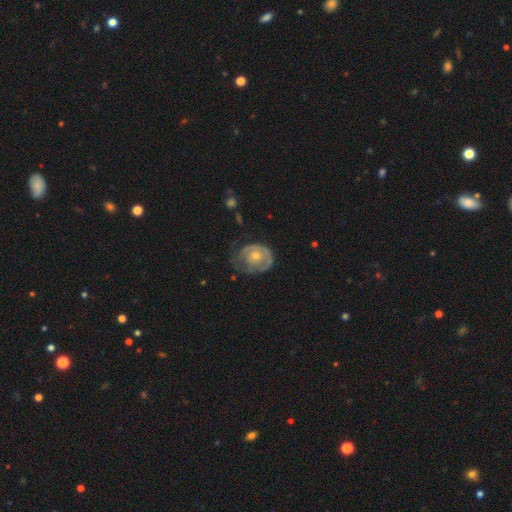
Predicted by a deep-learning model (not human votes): Smooth or featured: featured or disk — 67% (smooth — 27%)
Edge-on disk: no — 97% (yes — 3%)
Bar: no — 83% (weak — 14%)
Spiral arms: yes — 64% (no — 36%)
Bulge size: moderate — 55% (small — 40%)
Merging: none — 51% (minor disturbance — 28%)